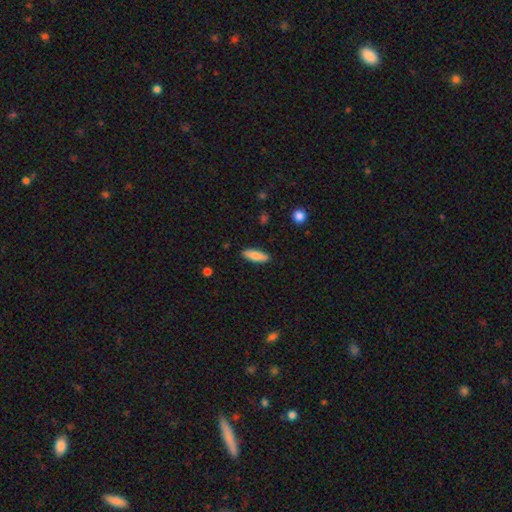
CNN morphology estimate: Smooth or featured? Predicted: smooth (p=0.84). How rounded? Predicted: in between (p=0.54). Merging? Predicted: none (p=0.89).